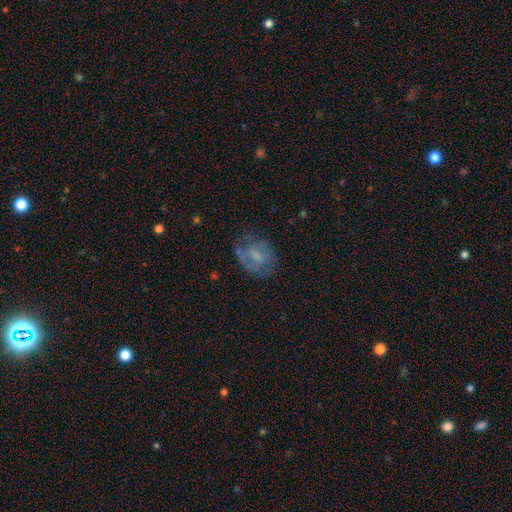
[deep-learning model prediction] This appears to be a smooth galaxy with no disk features (51%) that is in between round and cigar-shaped (50%). Merging: none (58%).